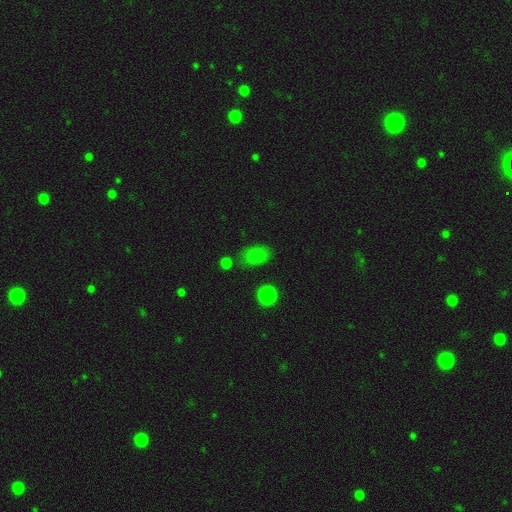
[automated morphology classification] Smooth or featured?
  - smooth: 79% *
  - star or artifact: 15%
  - featured or disk: 6%
How rounded?
  - in between: 84% *
  - round: 14%
  - cigar-shaped: 2%
Merging?
  - none: 72% *
  - minor disturbance: 18%
  - major disturbance: 6%
  - merger: 4%